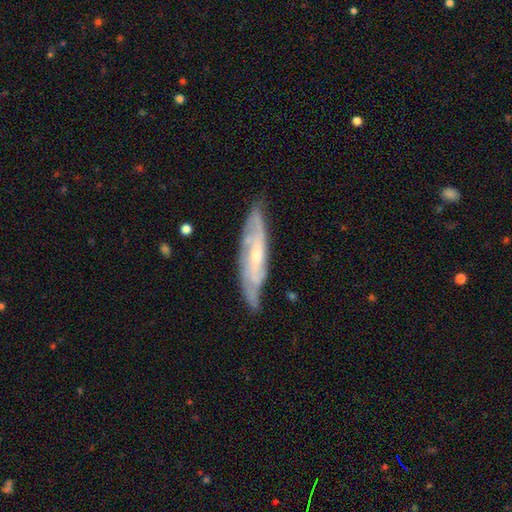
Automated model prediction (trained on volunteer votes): A featured or disk galaxy (77%) with no bar (53%), spiral arms (92%) and a small central bulge (60%).

Vote fractions:
- Smooth or featured? featured or disk: 77% / smooth: 17% / star or artifact: 6%
- Edge-on disk? no: 67% / yes: 33%
- Bar? no: 53% / weak: 36% / strong: 11%
- Spiral arms? yes: 92% / no: 8%
- Bulge size? small: 60% / moderate: 34% / none: 3% / large: 2% / dominant: 1%
- Merging? none: 75% / minor disturbance: 19% / major disturbance: 4% / merger: 2%